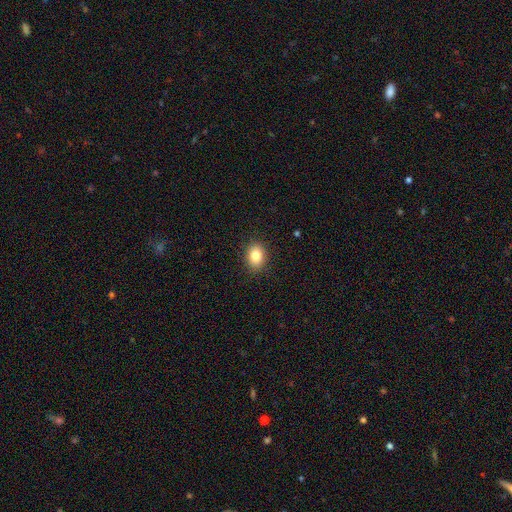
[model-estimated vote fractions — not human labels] smooth-or-featured: smooth: 84% | star or artifact: 9% | featured or disk: 7%
  how-rounded: in between: 65% | round: 34% | cigar-shaped: 1%
  merging: none: 89% | minor disturbance: 8% | major disturbance: 2% | merger: 1%